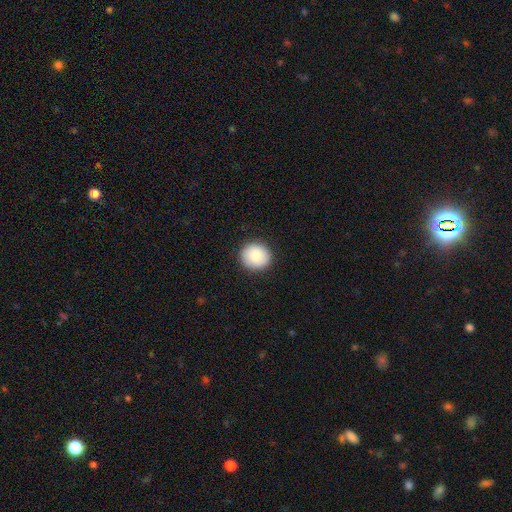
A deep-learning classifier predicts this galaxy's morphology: This is clearly a smooth galaxy (89%). How rounded: clearly round (86%). Merging: clearly none (90%).